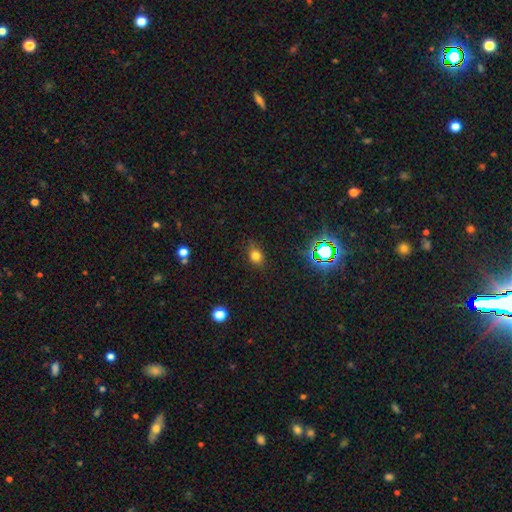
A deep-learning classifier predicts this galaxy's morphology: The model was most divided on "how rounded": in between: 58%, round: 39%, cigar-shaped: 2%. More confident: merging — none (78%); smooth or featured — smooth (73%).